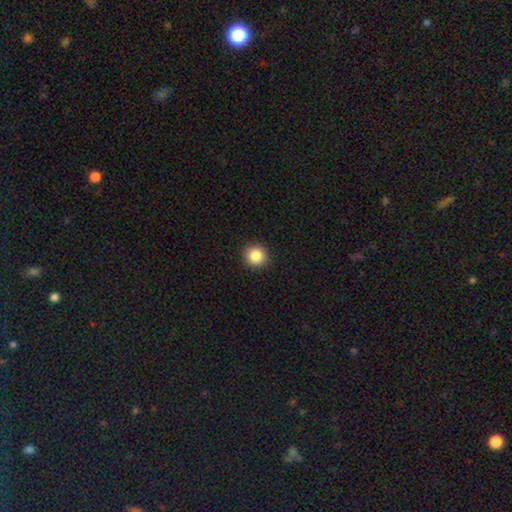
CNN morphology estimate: This is clearly a smooth galaxy (86%). How rounded: clearly round (94%). Merging: clearly none (93%).